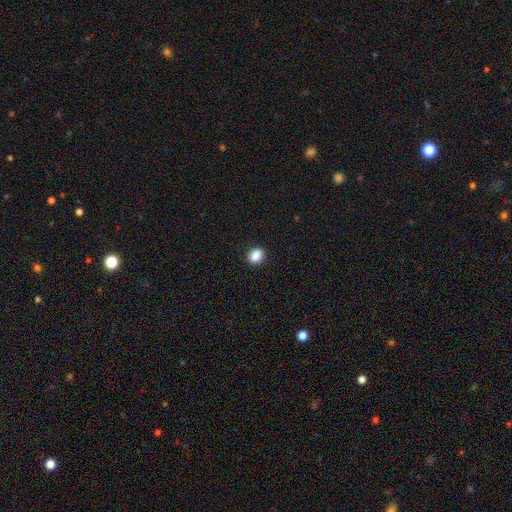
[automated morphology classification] smooth_or_featured: smooth (p=0.88) [alt: star or artifact p=0.09]
how_rounded: in between (p=0.50) [alt: round p=0.49]
merging: none (p=0.90) [alt: minor disturbance p=0.07]